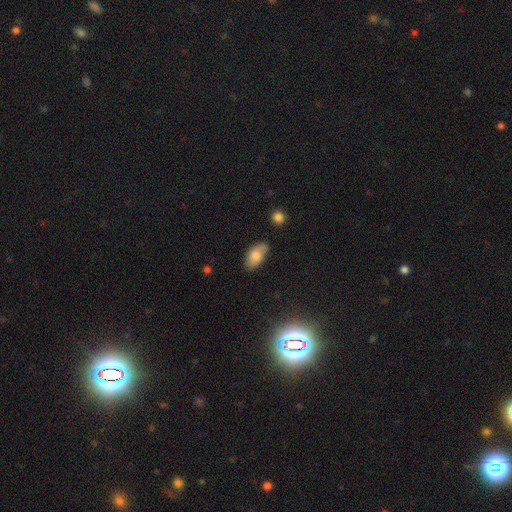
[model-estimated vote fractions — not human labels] Q: Smooth or featured?
A: smooth (79%); runner-up: featured or disk (13%)
Q: How rounded?
A: in between (93%); runner-up: round (4%)
Q: Merging?
A: none (69%); runner-up: minor disturbance (23%)